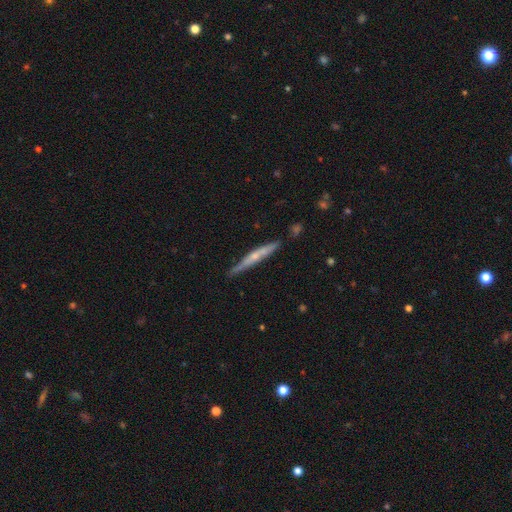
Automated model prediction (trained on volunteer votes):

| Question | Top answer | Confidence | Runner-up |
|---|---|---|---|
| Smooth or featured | featured or disk | 57% | smooth (37%) |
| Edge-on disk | yes | 93% | no (7%) |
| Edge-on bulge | rounded | 53% | none (40%) |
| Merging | none | 78% | minor disturbance (17%) |